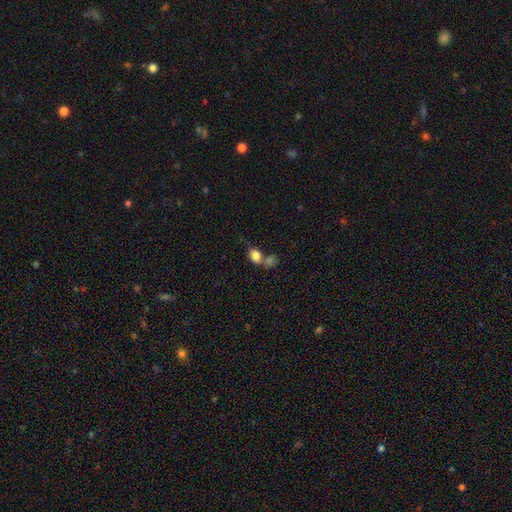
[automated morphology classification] Smooth or featured?
  - smooth: 82% *
  - star or artifact: 10%
  - featured or disk: 9%
How rounded?
  - in between: 67% *
  - round: 31%
  - cigar-shaped: 2%
Merging?
  - merger: 42% *
  - none: 37%
  - minor disturbance: 13%
  - major disturbance: 7%